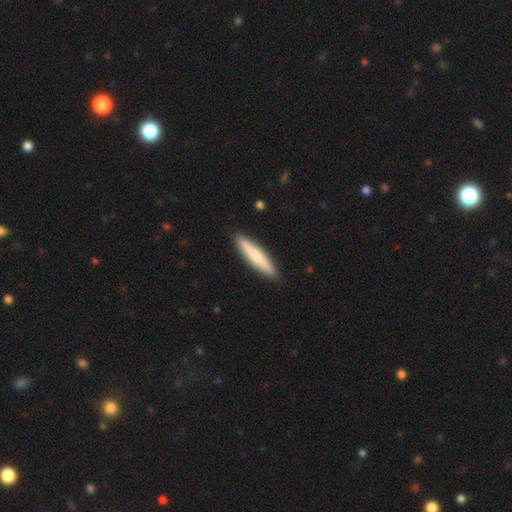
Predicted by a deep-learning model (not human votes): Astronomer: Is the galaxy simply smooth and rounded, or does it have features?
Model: smooth — 64%.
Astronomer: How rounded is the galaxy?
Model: cigar-shaped — 89%.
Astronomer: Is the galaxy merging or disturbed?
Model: none — 91%.